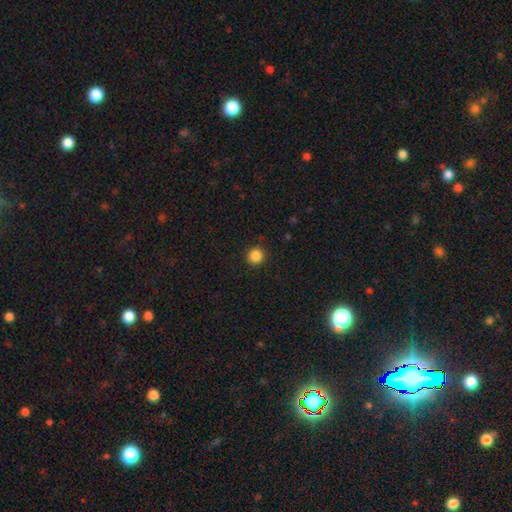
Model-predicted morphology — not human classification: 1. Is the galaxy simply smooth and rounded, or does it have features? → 86% smooth, 11% star or artifact, 3% featured or disk.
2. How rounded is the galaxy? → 94% round, 5% in between, 1% cigar-shaped.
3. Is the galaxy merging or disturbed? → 92% none, 5% minor disturbance, 2% major disturbance, 1% merger.